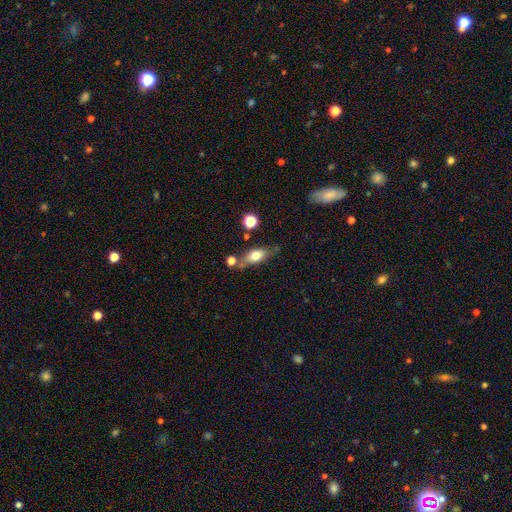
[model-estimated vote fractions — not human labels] This appears to be a smooth galaxy with no disk features (68%) that is in between round and cigar-shaped (75%). Merging: none (61%).